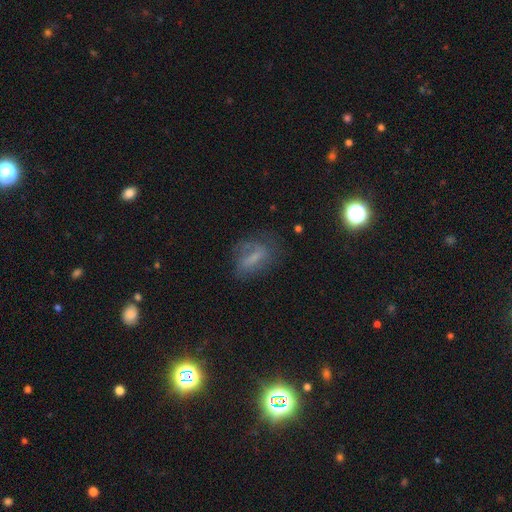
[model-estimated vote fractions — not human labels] smooth_or_featured: smooth (p=0.45) [alt: featured or disk p=0.37]
merging: none (p=0.56) [alt: minor disturbance p=0.24]